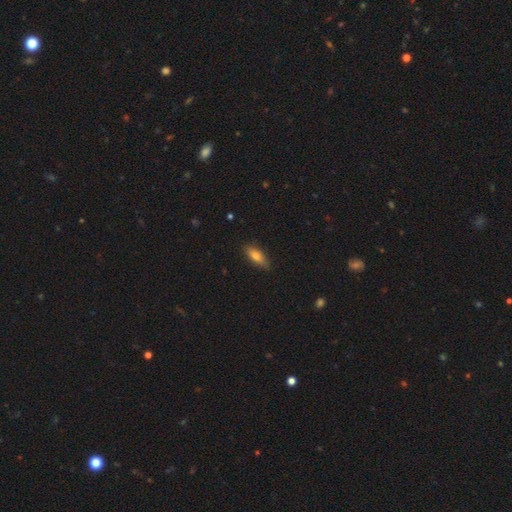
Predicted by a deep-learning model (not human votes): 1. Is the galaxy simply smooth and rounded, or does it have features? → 75% smooth, 17% featured or disk, 7% star or artifact.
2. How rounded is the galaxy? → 64% in between, 34% cigar-shaped, 3% round.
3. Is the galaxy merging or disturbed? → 82% none, 15% minor disturbance, 2% major disturbance, 1% merger.